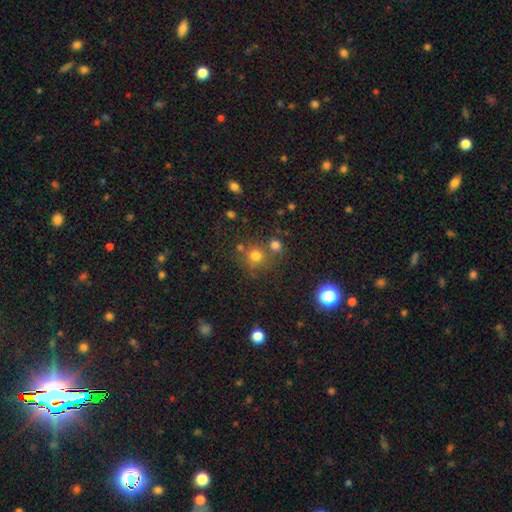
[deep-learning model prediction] The model was most divided on "merging": none: 65%, merger: 21%, minor disturbance: 10%, major disturbance: 4%. More confident: how rounded — round (89%); smooth or featured — smooth (71%).